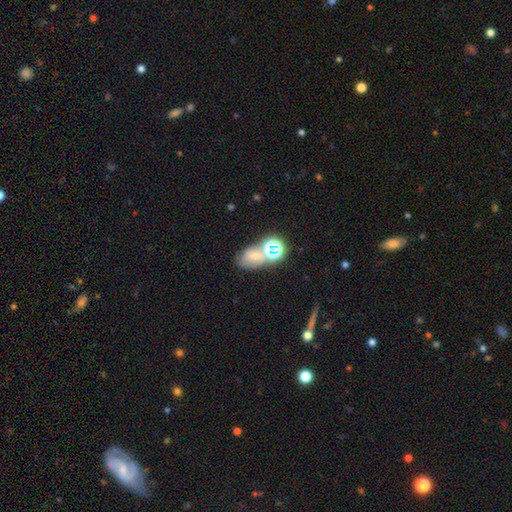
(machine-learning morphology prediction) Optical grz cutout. It shows a smooth galaxy with no disk features (50%). Merging: none (43%).